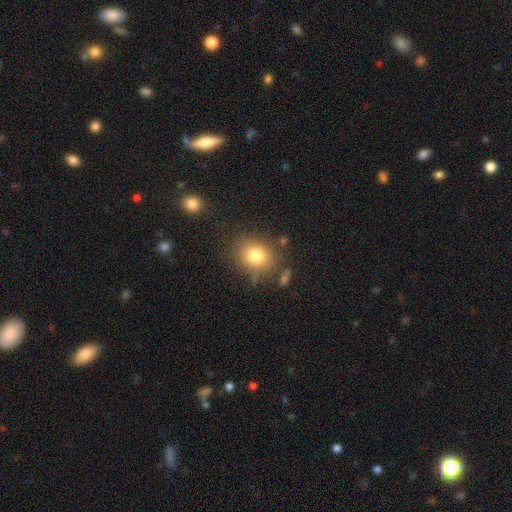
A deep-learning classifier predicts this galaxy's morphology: Smooth or featured: smooth — 79% (star or artifact — 12%)
How rounded: round — 68% (in between — 31%)
Merging: none — 77% (minor disturbance — 13%)